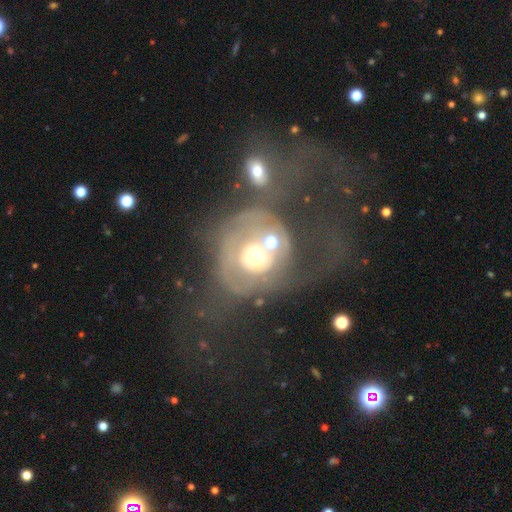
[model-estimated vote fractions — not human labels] Smooth or featured: featured or disk — 61% (smooth — 29%)
Edge-on disk: no — 97% (yes — 3%)
Bar: no — 84% (weak — 12%)
Spiral arms: no — 53% (yes — 47%)
Bulge size: moderate — 62% (large — 20%)
Merging: merger — 40% (major disturbance — 30%)